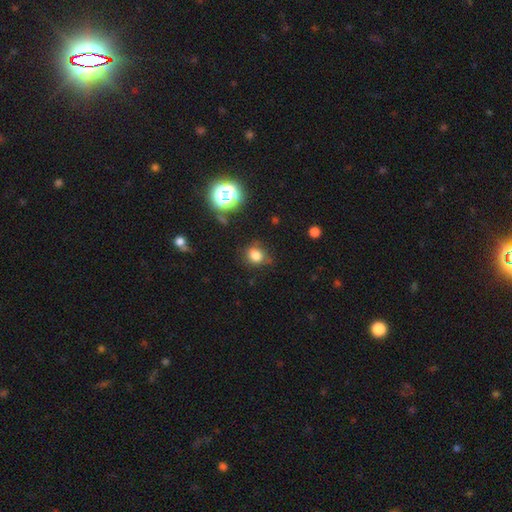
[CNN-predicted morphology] A smooth galaxy with no disk features (78%) that is round (69%).

Vote fractions:
- Smooth or featured? smooth: 78% / star or artifact: 15% / featured or disk: 7%
- How rounded? round: 69% / in between: 30% / cigar-shaped: 1%
- Merging? none: 70% / minor disturbance: 21% / major disturbance: 6% / merger: 3%